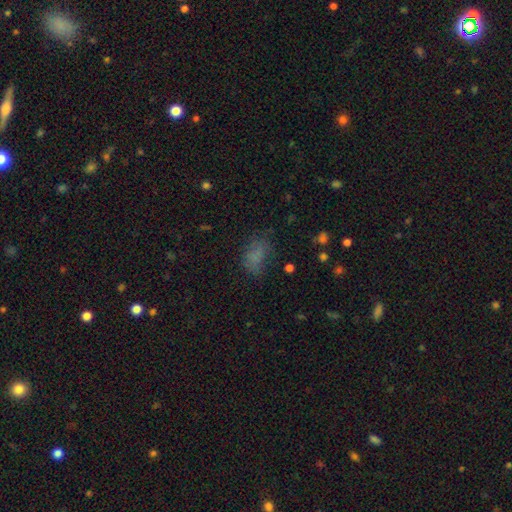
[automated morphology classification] smooth-or-featured: smooth: 70% | star or artifact: 17% | featured or disk: 13%
  how-rounded: in between: 85% | round: 11% | cigar-shaped: 3%
  merging: none: 55% | minor disturbance: 25% | major disturbance: 17% | merger: 3%